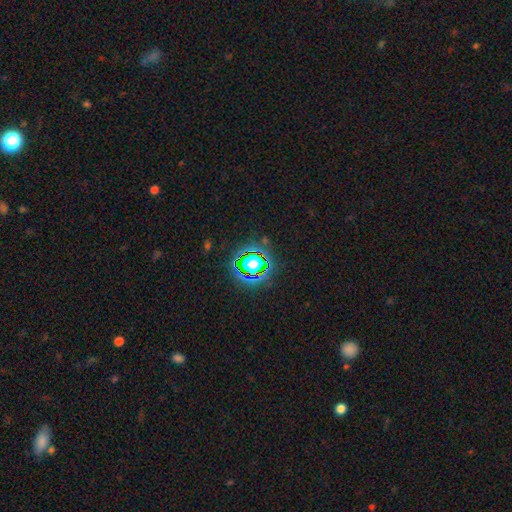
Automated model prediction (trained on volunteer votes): This is likely a star or artifact rather than a galaxy (79%).